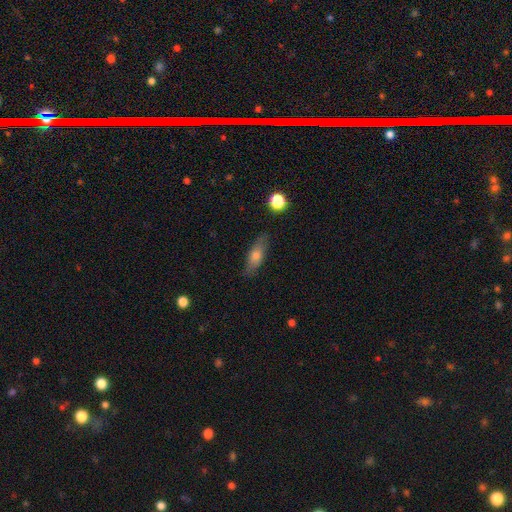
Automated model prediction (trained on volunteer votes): Overall: smooth (65%; featured or disk 27%). How rounded: in between (57%; cigar-shaped 39%). Merging: none (83%).